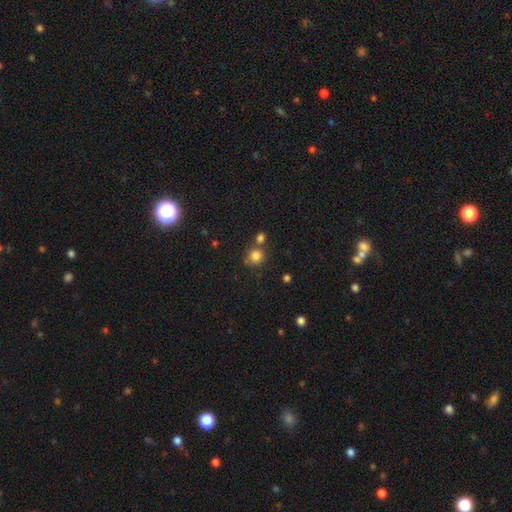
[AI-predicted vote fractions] Smooth or featured: smooth — 82% (star or artifact — 12%)
How rounded: round — 90% (in between — 9%)
Merging: none — 66% (merger — 22%)